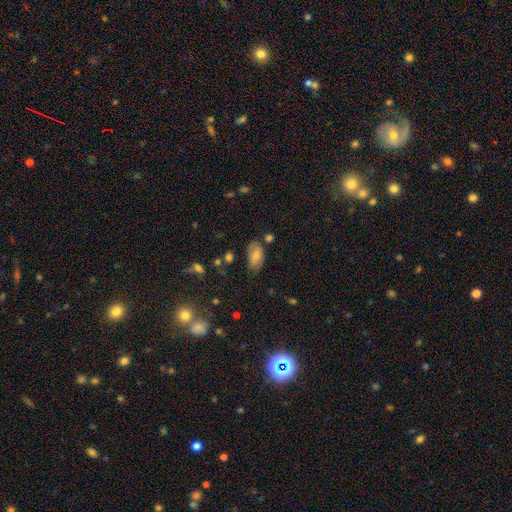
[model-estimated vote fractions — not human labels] Smooth or featured? Predicted: smooth (p=0.70). How rounded? Predicted: in between (p=0.93). Merging? Predicted: none (p=0.66).